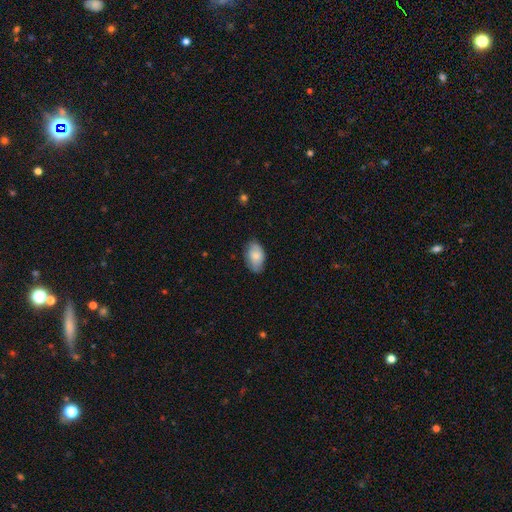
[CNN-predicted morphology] The model was most divided on "merging": none: 77%, minor disturbance: 19%, major disturbance: 3%, merger: 1%. More confident: how rounded — in between (92%); smooth or featured — smooth (78%).